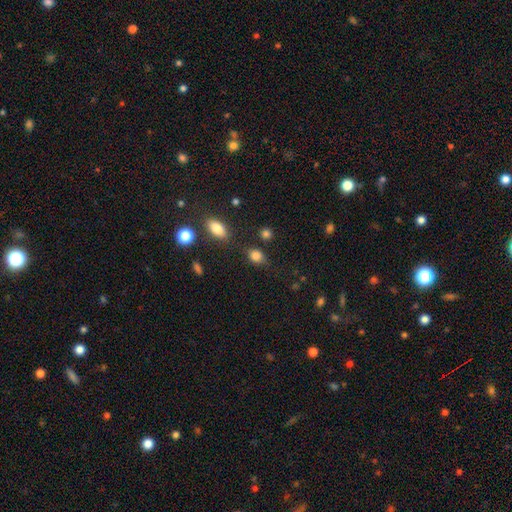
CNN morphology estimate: This appears to be a smooth galaxy with no disk features (83%) that is in between round and cigar-shaped (56%). Merging: none (68%).